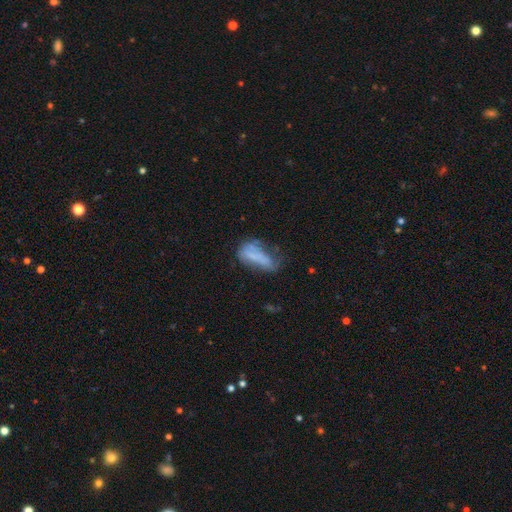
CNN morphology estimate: A smooth galaxy with no disk features (57%) that is in between round and cigar-shaped (72%).

Vote fractions:
- Smooth or featured? smooth: 57% / featured or disk: 31% / star or artifact: 12%
- How rounded? in between: 72% / cigar-shaped: 24% / round: 4%
- Merging? major disturbance: 36% / minor disturbance: 30% / none: 26% / merger: 8%